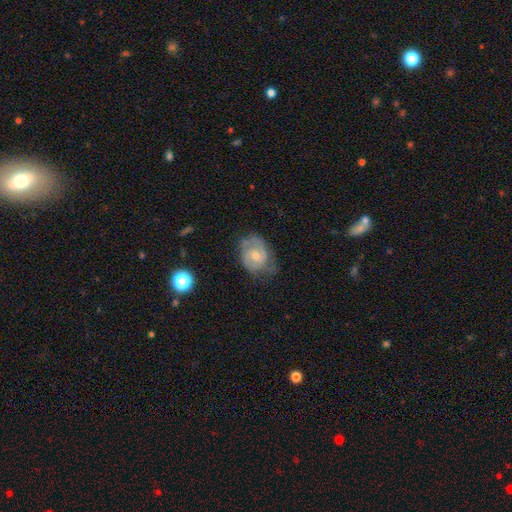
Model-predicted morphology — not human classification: This appears to be a featured or disk galaxy (58%) with no bar (66%), spiral arms (76%) and a moderate central bulge (50%). Merging: none (52%).